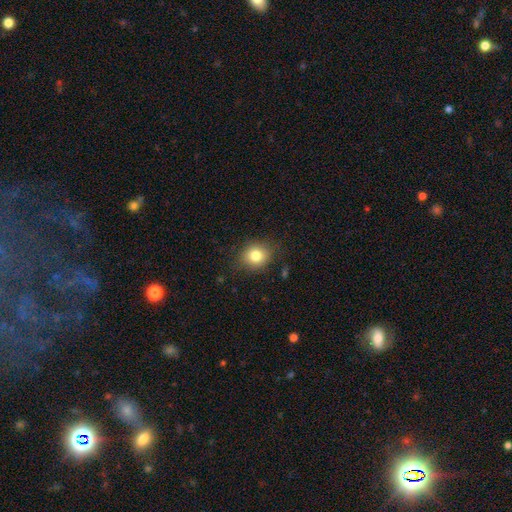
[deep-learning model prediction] A smooth galaxy with no disk features (81%) that is round (72%).

Vote fractions:
- Smooth or featured? smooth: 81% / star or artifact: 11% / featured or disk: 8%
- How rounded? round: 72% / in between: 27% / cigar-shaped: 1%
- Merging? none: 84% / minor disturbance: 12% / major disturbance: 3% / merger: 1%